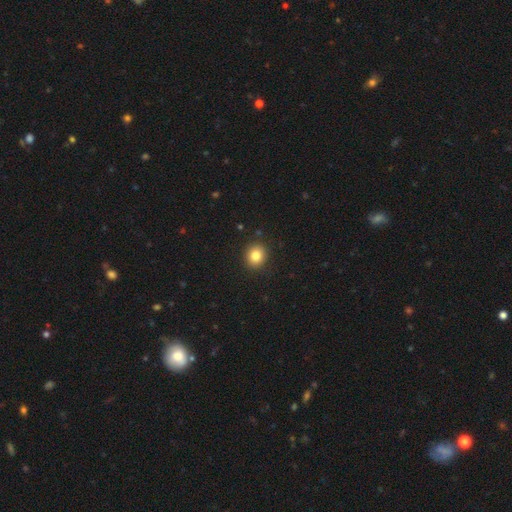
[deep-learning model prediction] smooth 83%, star or artifact 10%, featured or disk 7%. Down the decision tree: how rounded — round (75%); merging — none (91%).